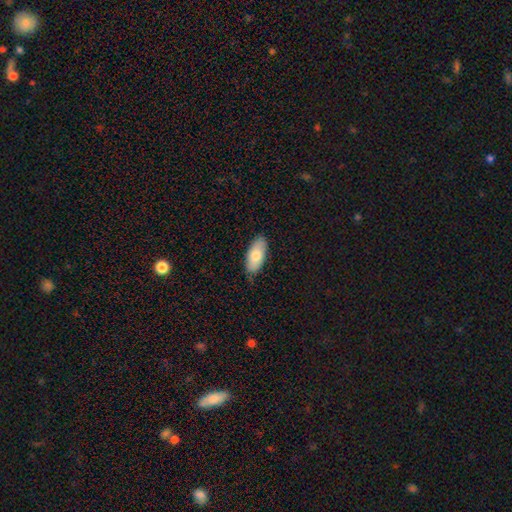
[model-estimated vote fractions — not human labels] A smooth galaxy with no disk features (77%) that is in between round and cigar-shaped (90%). Merging: none (83%).